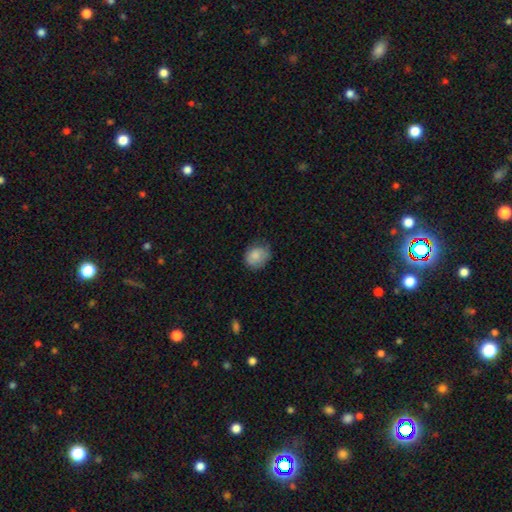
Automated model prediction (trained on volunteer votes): Smooth or featured?
  - smooth: 83% *
  - featured or disk: 9%
  - star or artifact: 7%
How rounded?
  - round: 62% *
  - in between: 37%
  - cigar-shaped: 1%
Merging?
  - none: 66% *
  - minor disturbance: 26%
  - major disturbance: 6%
  - merger: 1%